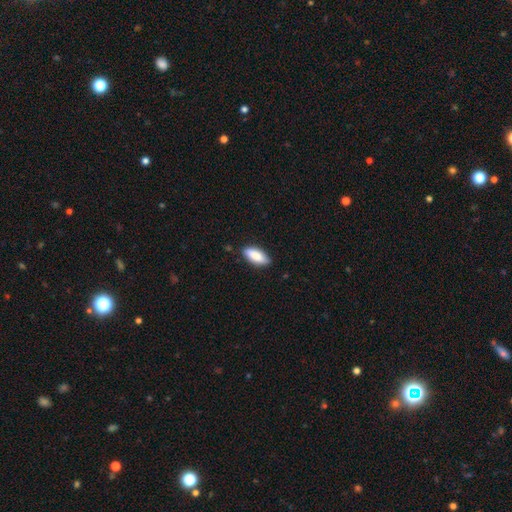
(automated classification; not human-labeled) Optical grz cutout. It shows a smooth galaxy with no disk features (82%) that is in between round and cigar-shaped (78%). Merging: none (84%).